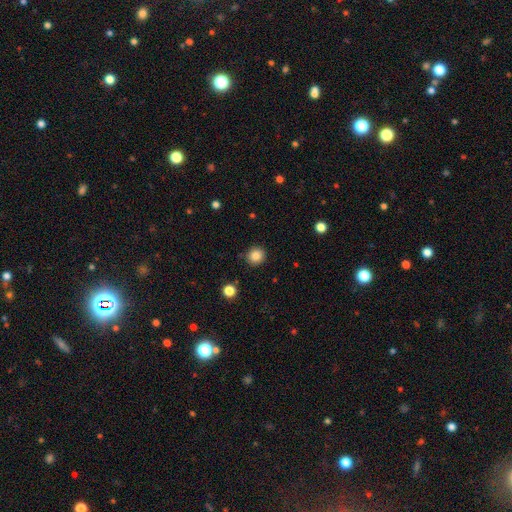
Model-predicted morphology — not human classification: Smooth or featured? smooth (85%)
How rounded? round (91%)
Merging? none (89%)